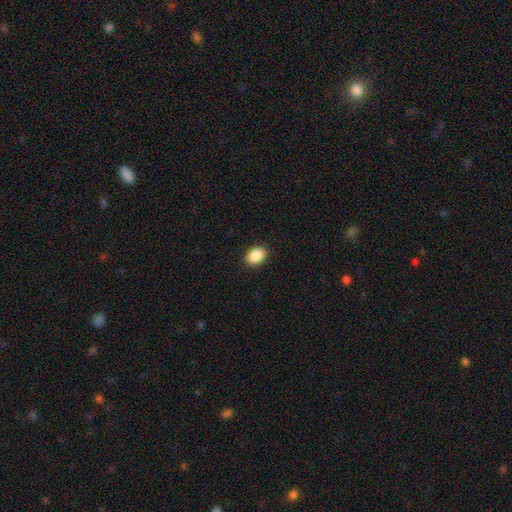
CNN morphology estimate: type=smooth (89%); roundness=in between (79%); merging=none (90%).